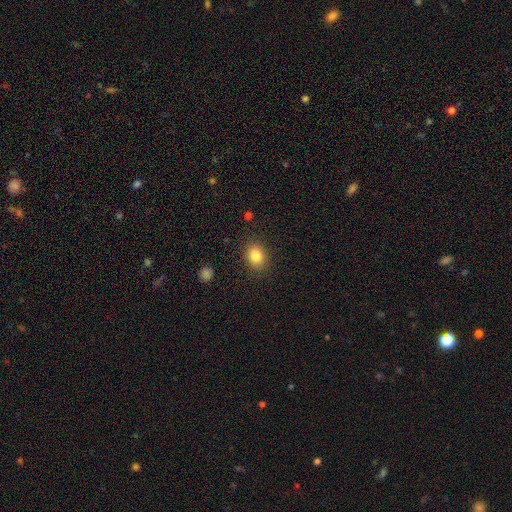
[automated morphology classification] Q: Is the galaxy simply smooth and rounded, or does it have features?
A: smooth — 83%.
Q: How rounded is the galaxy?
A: round — 52%.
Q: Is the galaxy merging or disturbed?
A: none — 87%.